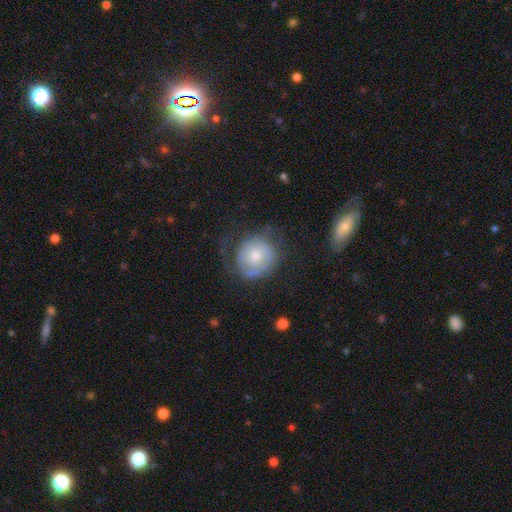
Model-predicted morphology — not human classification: Smooth or featured: featured or disk — 49% (smooth — 44%)
Merging: none — 49% (minor disturbance — 25%)